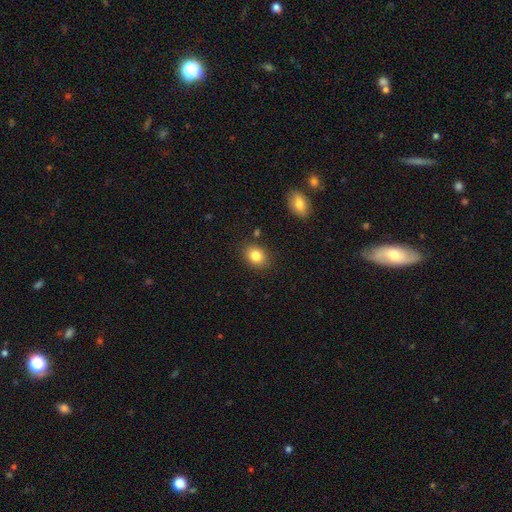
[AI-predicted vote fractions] Smooth or featured: smooth — 83% (star or artifact — 9%)
How rounded: in between — 59% (round — 40%)
Merging: none — 85% (minor disturbance — 10%)